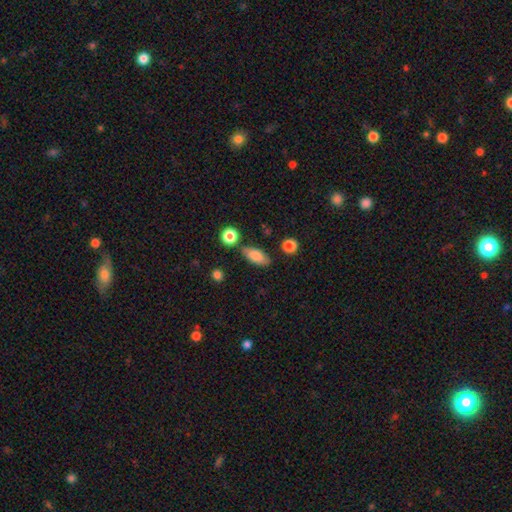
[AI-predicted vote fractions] Overall: smooth (81%). How rounded: in between (84%). Merging: none (79%).